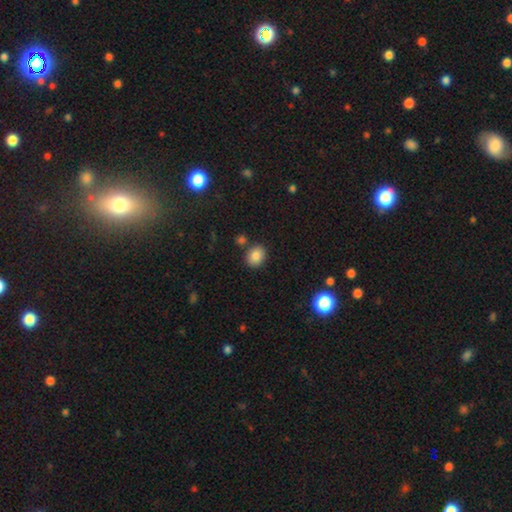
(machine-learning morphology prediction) Overall: smooth (84%). How rounded: round (58%; in between 41%). Merging: none (80%).